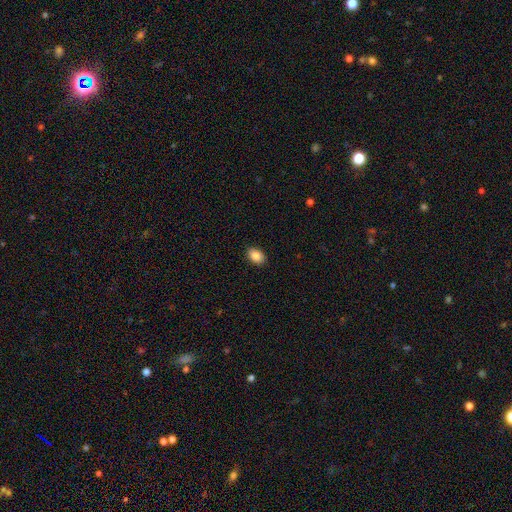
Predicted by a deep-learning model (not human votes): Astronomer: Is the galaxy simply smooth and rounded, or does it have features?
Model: smooth — 86%.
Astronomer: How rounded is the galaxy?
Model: in between — 82%.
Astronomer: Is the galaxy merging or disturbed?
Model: none — 90%.